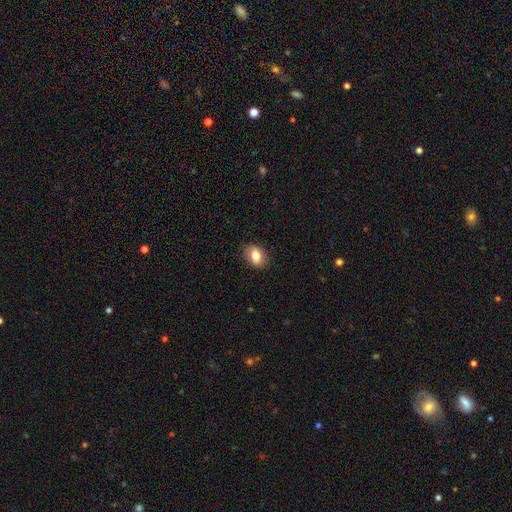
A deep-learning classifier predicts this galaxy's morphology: Smooth or featured? smooth (78%)
How rounded? in between (75%)
Merging? none (83%)